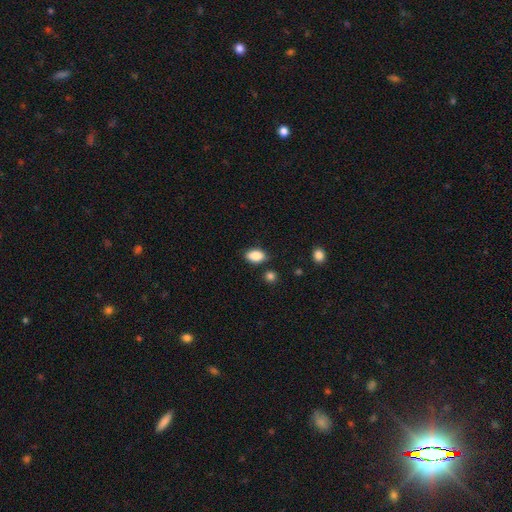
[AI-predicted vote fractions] The model was most divided on "merging": none: 81%, minor disturbance: 13%, merger: 3%, major disturbance: 3%. More confident: smooth or featured — smooth (87%); how rounded — in between (87%).